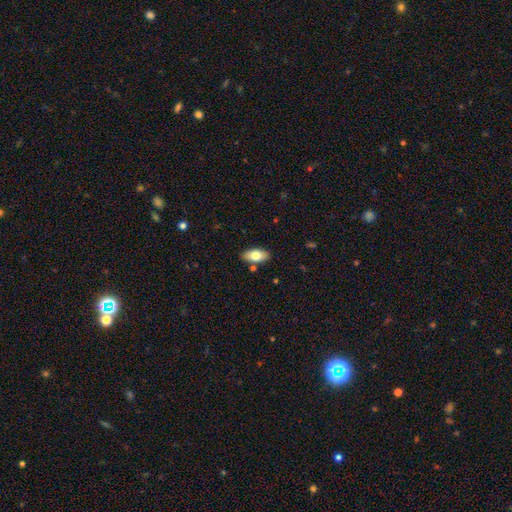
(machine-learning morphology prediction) Overall: smooth (75%). How rounded: in between (91%). Merging: none (84%).